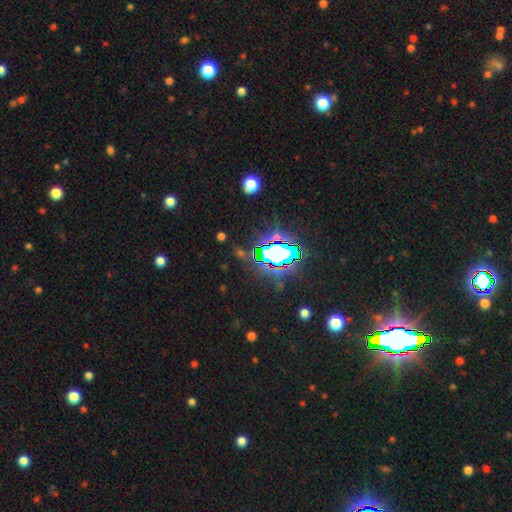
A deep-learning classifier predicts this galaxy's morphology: A star or artifact, not a galaxy (75%).

Vote fractions:
- Smooth or featured? star or artifact: 75% / smooth: 15% / featured or disk: 10%